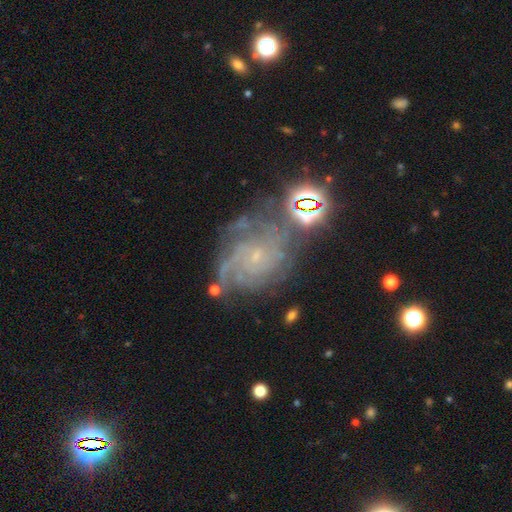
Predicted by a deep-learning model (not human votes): Smooth or featured? featured or disk (77%)
Edge-on disk? no (98%)
Bar? no (75%)
Spiral arms? yes (95%)
Spiral winding? tight (61%)
Spiral arm count? can't tell (31%)
Bulge size? small (83%)
Merging? none (58%)